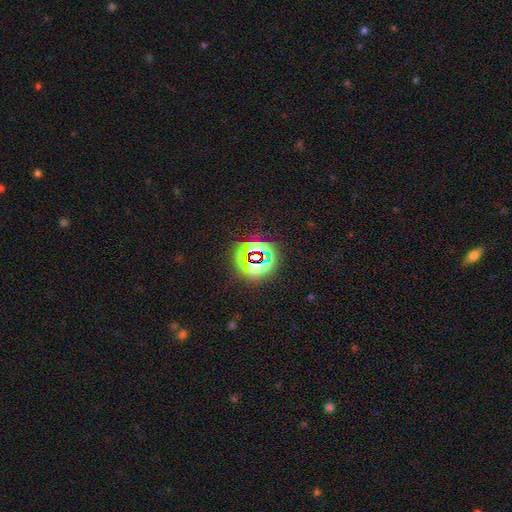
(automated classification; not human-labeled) A star or artifact, not a galaxy (74%).

Vote fractions:
- Smooth or featured? star or artifact: 74% / smooth: 16% / featured or disk: 9%